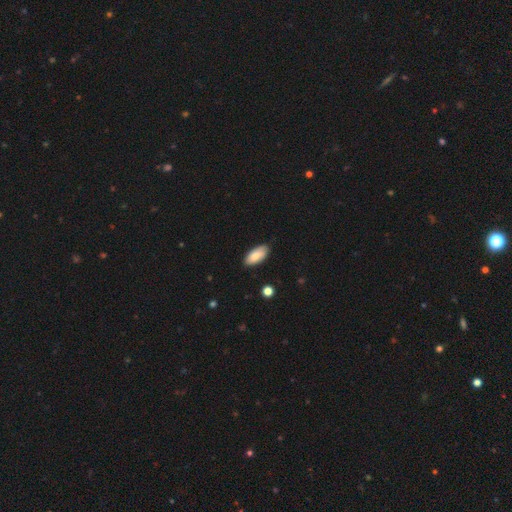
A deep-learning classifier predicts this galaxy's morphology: smooth_or_featured: smooth (p=0.84) [alt: featured or disk p=0.10]
how_rounded: in between (p=0.91) [alt: cigar-shaped p=0.07]
merging: none (p=0.83) [alt: minor disturbance p=0.13]